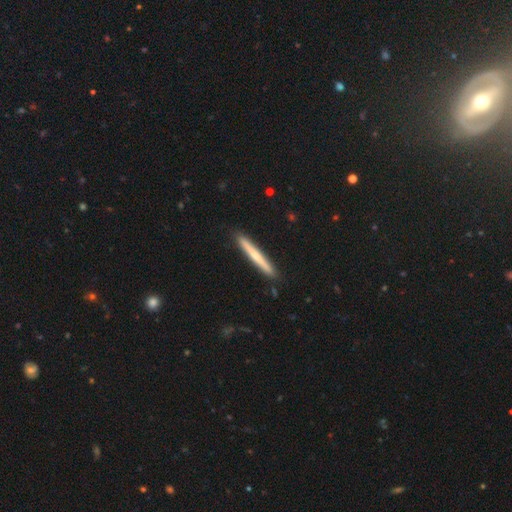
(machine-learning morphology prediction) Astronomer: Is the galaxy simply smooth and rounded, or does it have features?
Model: smooth — 52% (runner-up: featured or disk, 43%).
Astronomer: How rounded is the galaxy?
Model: cigar-shaped — 96%.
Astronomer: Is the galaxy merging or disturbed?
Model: none — 91%.